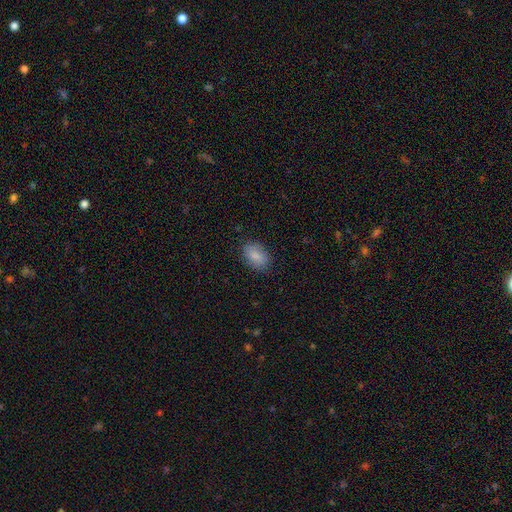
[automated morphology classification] Smooth or featured? Predicted: smooth (p=0.85). How rounded? Predicted: in between (p=0.83). Merging? Predicted: none (p=0.84).